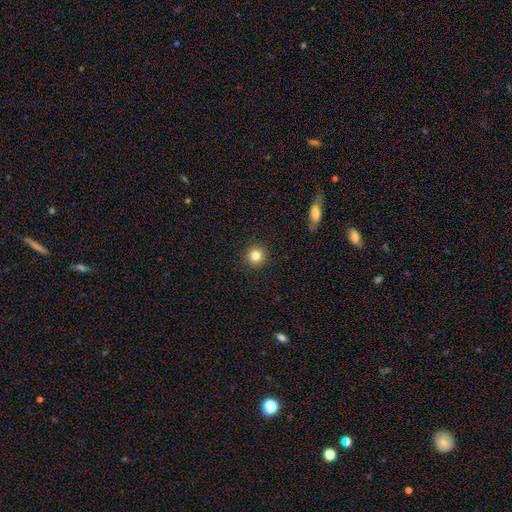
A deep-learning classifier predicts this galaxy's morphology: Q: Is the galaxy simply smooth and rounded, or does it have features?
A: smooth — 83%.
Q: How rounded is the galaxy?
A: round — 93%.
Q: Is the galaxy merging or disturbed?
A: none — 91%.